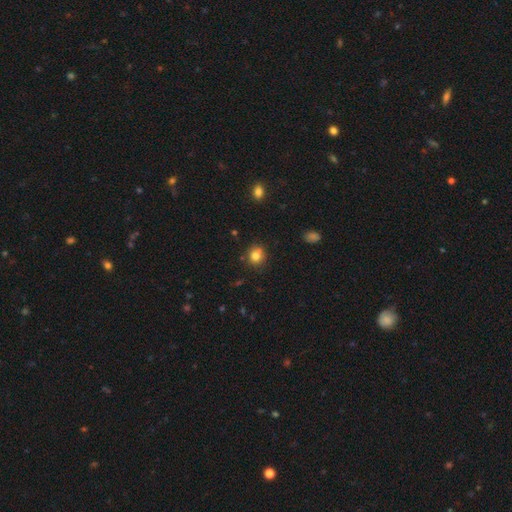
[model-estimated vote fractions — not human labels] Q: Smooth or featured?
A: smooth (80%); runner-up: star or artifact (12%)
Q: How rounded?
A: round (80%); runner-up: in between (19%)
Q: Merging?
A: none (77%); runner-up: minor disturbance (14%)